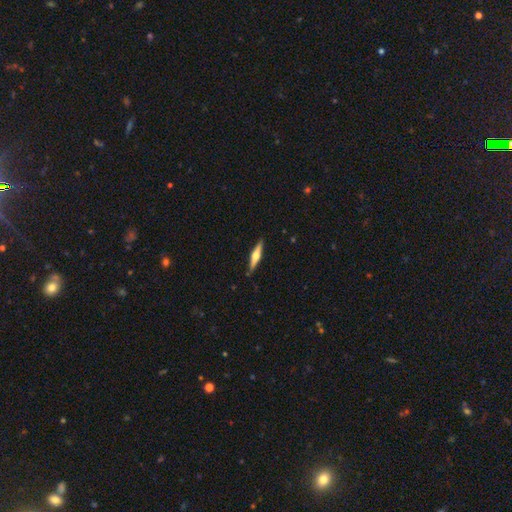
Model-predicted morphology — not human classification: Smooth or featured?
  - featured or disk: 64% *
  - smooth: 31%
  - star or artifact: 5%
Edge-on disk?
  - yes: 97% *
  - no: 3%
Edge-on bulge?
  - rounded: 89% *
  - boxy: 7%
  - none: 4%
Merging?
  - none: 88% *
  - minor disturbance: 9%
  - major disturbance: 2%
  - merger: 1%